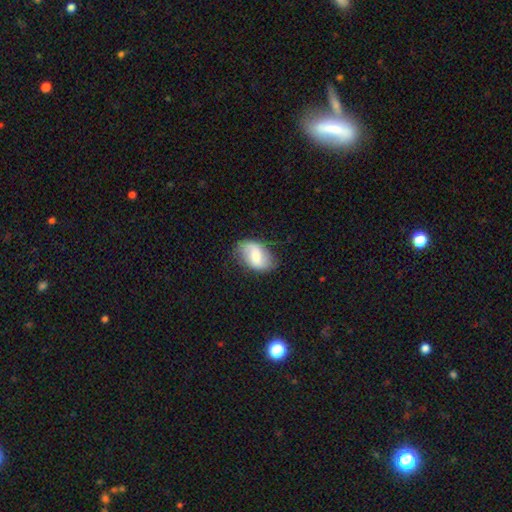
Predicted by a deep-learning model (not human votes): smooth_or_featured: smooth (p=0.54) [alt: featured or disk p=0.39]
how_rounded: in between (p=0.89) [alt: round p=0.09]
merging: none (p=0.69) [alt: minor disturbance p=0.23]